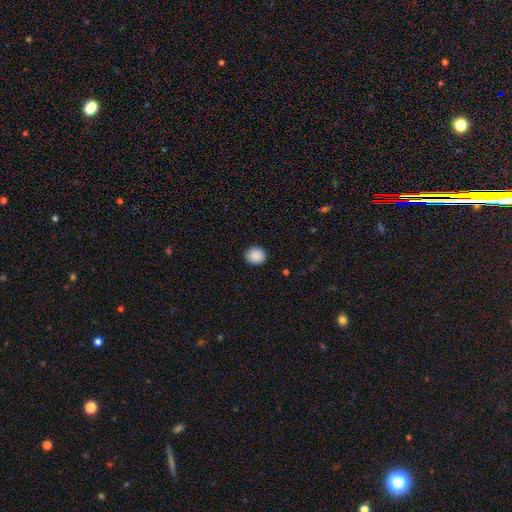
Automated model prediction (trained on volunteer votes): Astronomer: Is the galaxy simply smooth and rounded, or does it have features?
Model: smooth — 89%.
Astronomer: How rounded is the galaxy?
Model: round — 84%.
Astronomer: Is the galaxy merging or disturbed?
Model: none — 92%.